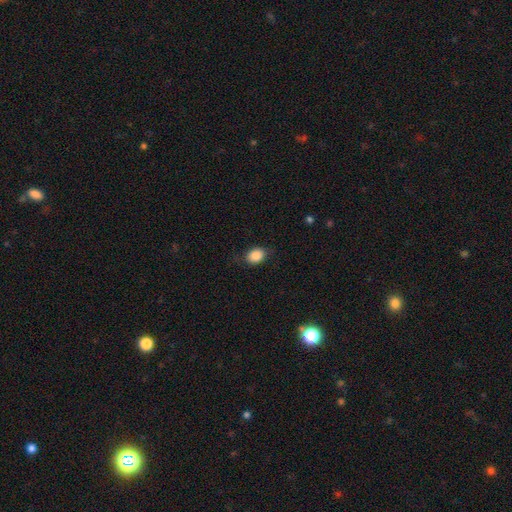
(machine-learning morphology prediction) type=smooth (87%); roundness=in between (66%); merging=none (79%).